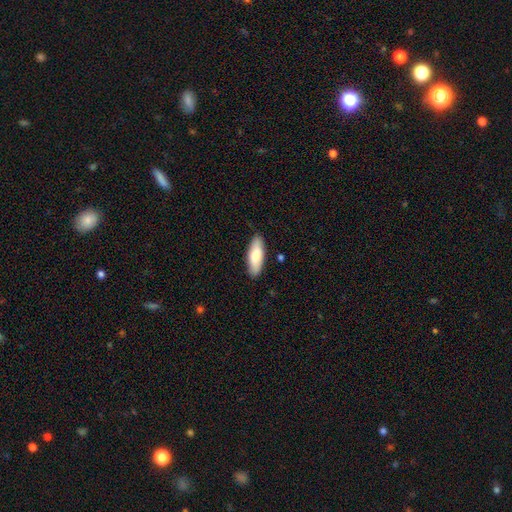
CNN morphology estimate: Overall: smooth (78%). How rounded: in between (66%; cigar-shaped 32%). Merging: none (88%).